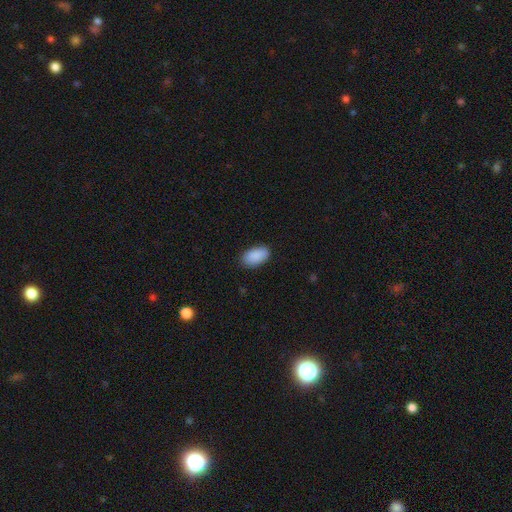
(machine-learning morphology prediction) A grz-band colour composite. It shows a smooth galaxy with no disk features (90%) that is in between round and cigar-shaped (95%). Merging: none (86%).